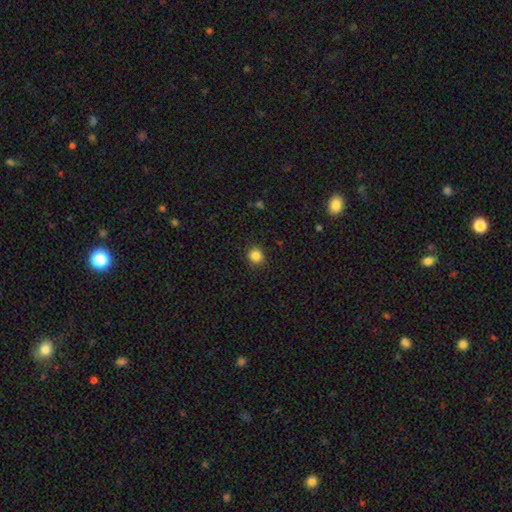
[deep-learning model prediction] smooth-or-featured: smooth: 85% | star or artifact: 11% | featured or disk: 4%
  how-rounded: round: 86% | in between: 13% | cigar-shaped: 1%
  merging: none: 90% | minor disturbance: 7% | major disturbance: 2% | merger: 1%